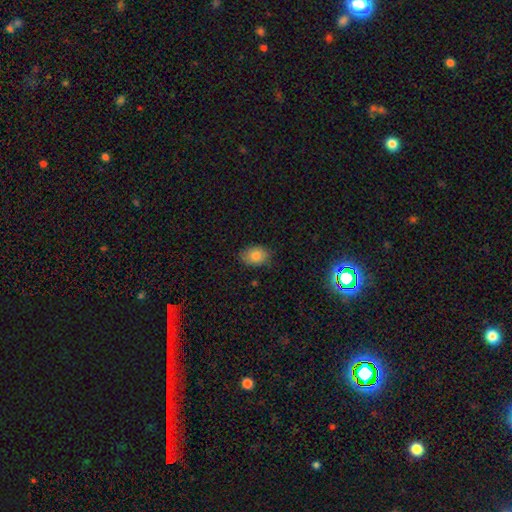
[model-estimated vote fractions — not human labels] A smooth galaxy with no disk features (81%) that is in between round and cigar-shaped (72%). Merging: none (80%).